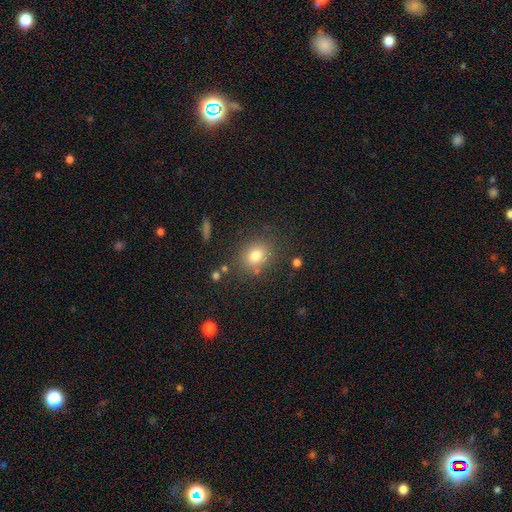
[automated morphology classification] The model was most divided on "how rounded": round: 59%, in between: 39%, cigar-shaped: 1%. More confident: merging — none (79%); smooth or featured — smooth (78%).